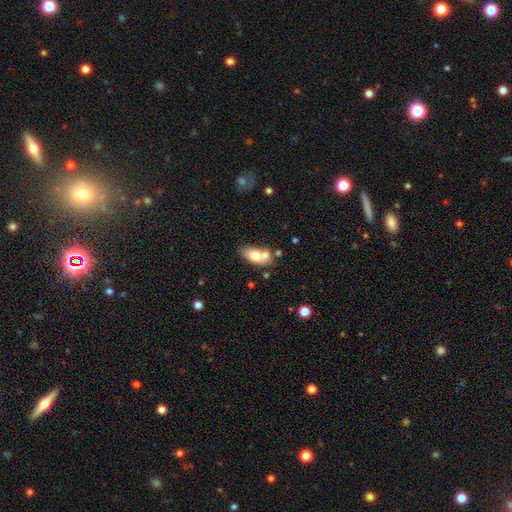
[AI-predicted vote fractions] smooth_or_featured: smooth (p=0.67) [alt: featured or disk p=0.26]
how_rounded: in between (p=0.85) [alt: cigar-shaped p=0.08]
merging: none (p=0.41) [alt: merger p=0.36]